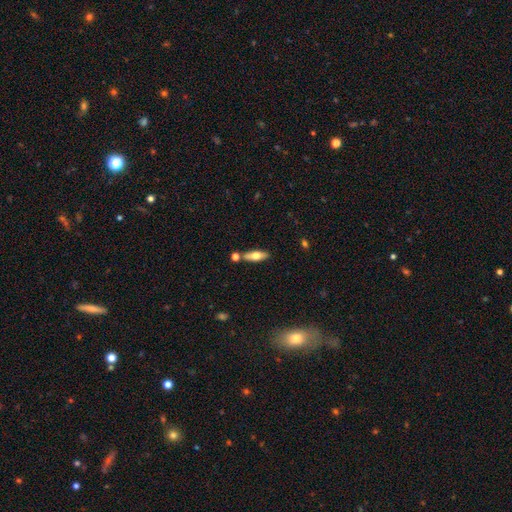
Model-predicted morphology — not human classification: smooth-or-featured: smooth: 54% | featured or disk: 40% | star or artifact: 6%
  how-rounded: in between: 52% | cigar-shaped: 46% | round: 3%
  merging: none: 75% | merger: 12% | minor disturbance: 11% | major disturbance: 3%